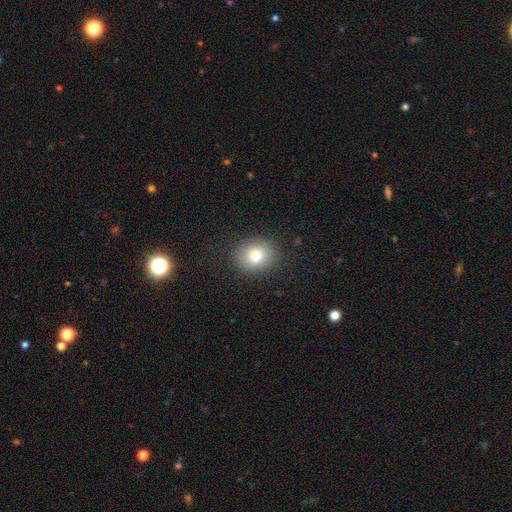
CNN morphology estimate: type=smooth (80%); roundness=round (55%); merging=none (87%).